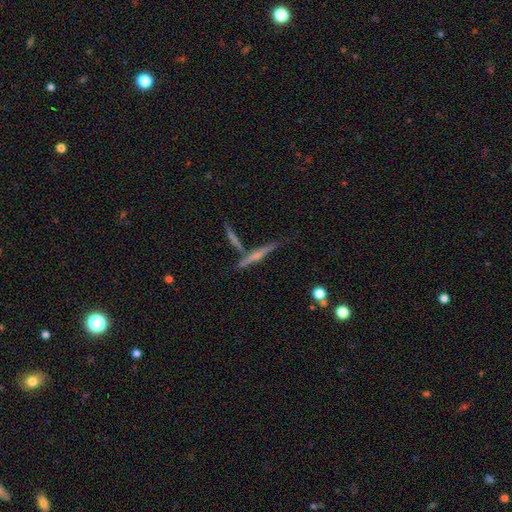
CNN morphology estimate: Smooth or featured: featured or disk — 61% (smooth — 30%)
Edge-on disk: yes — 95% (no — 5%)
Edge-on bulge: rounded — 50% (none — 40%)
Merging: none — 69% (merger — 16%)